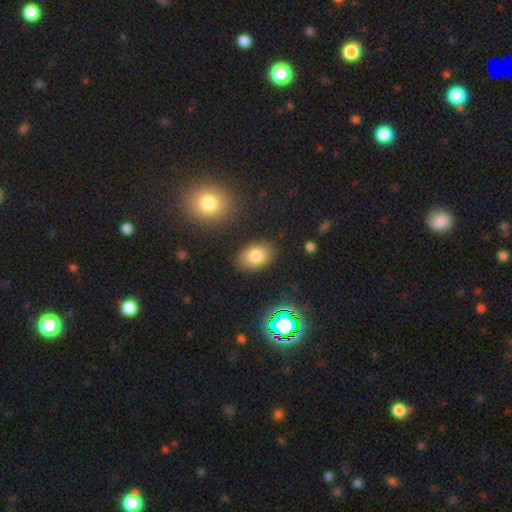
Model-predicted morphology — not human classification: A smooth galaxy with no disk features (80%) that is in between round and cigar-shaped (82%). Merging: none (85%).